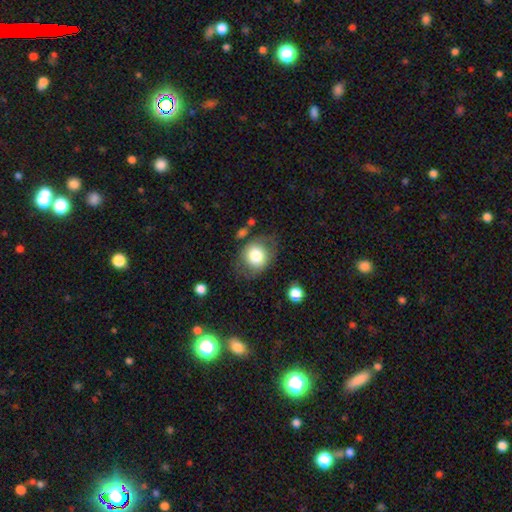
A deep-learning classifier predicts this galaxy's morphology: Overall: smooth (75%). How rounded: round (62%; in between 37%). Merging: none (67%).